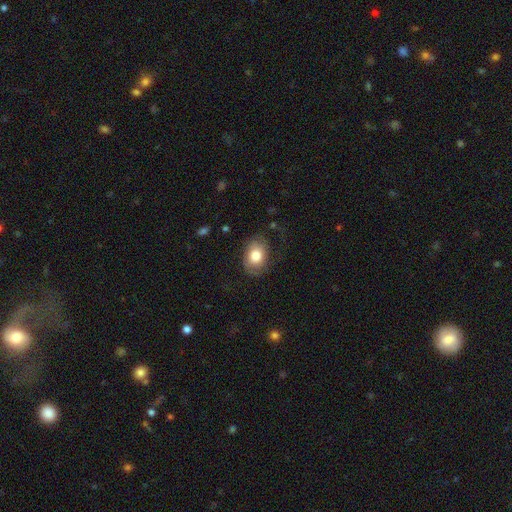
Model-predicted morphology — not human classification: Smooth or featured: smooth — 76% (featured or disk — 17%)
How rounded: in between — 76% (round — 23%)
Merging: none — 64% (minor disturbance — 22%)